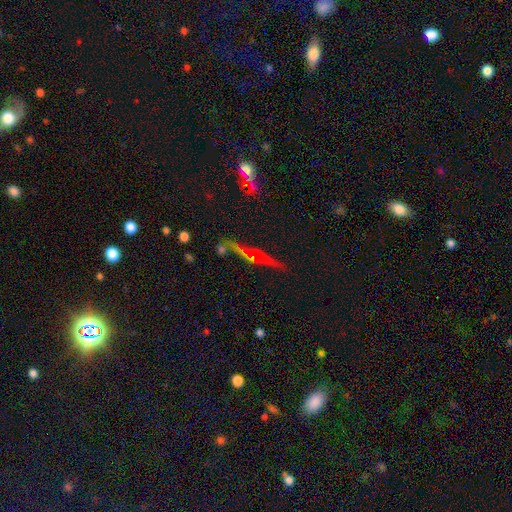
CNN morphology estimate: Smooth or featured? featured or disk (58%)
Edge-on disk? yes (88%)
Edge-on bulge? rounded (56%)
Merging? none (71%)